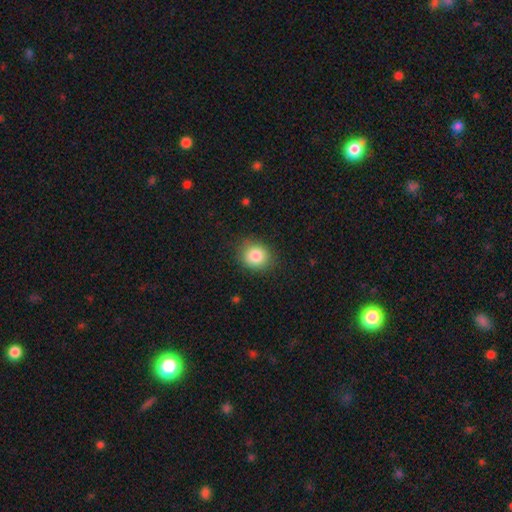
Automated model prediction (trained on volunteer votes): Smooth or featured? Predicted: smooth (p=0.84). How rounded? Predicted: round (p=0.73). Merging? Predicted: none (p=0.84).